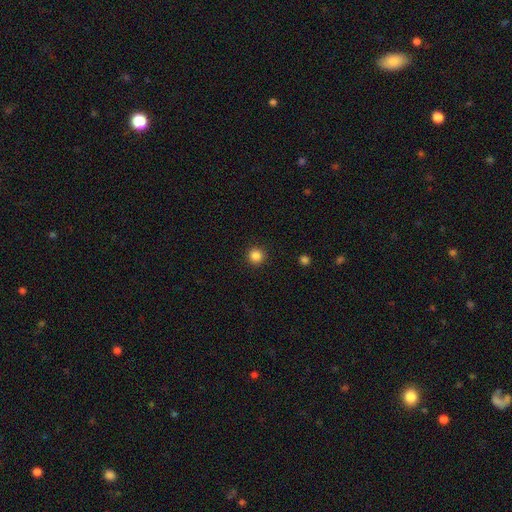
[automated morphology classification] This is clearly a smooth galaxy (86%). How rounded: clearly round (95%). Merging: clearly none (92%).